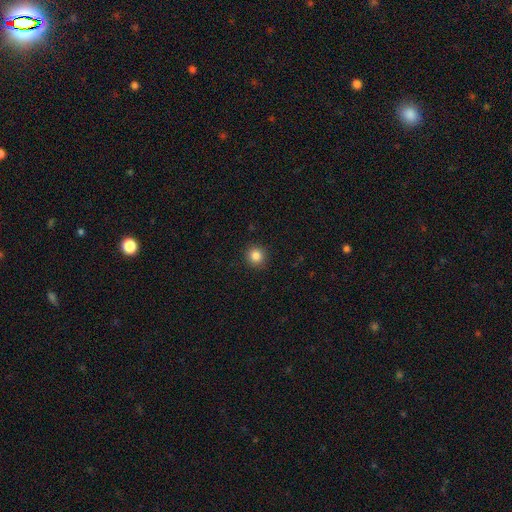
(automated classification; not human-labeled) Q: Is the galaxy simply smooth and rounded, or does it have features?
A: smooth — 85%.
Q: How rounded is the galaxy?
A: round — 94%.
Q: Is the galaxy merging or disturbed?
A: none — 92%.